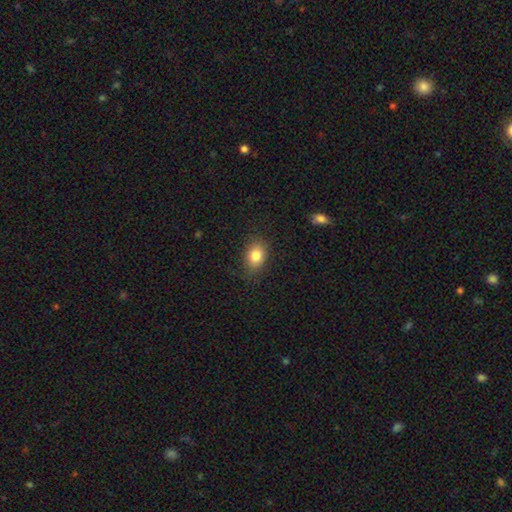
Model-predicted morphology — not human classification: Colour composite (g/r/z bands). It shows a smooth galaxy with no disk features (83%) that is in between round and cigar-shaped (74%). Merging: none (84%).